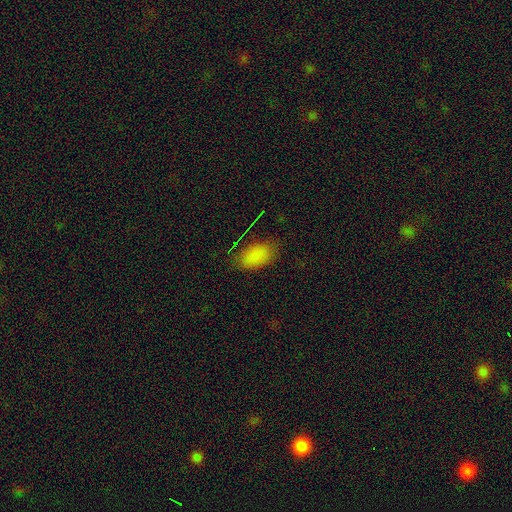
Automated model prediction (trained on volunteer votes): Smooth or featured? smooth (82%)
How rounded? in between (93%)
Merging? none (78%)